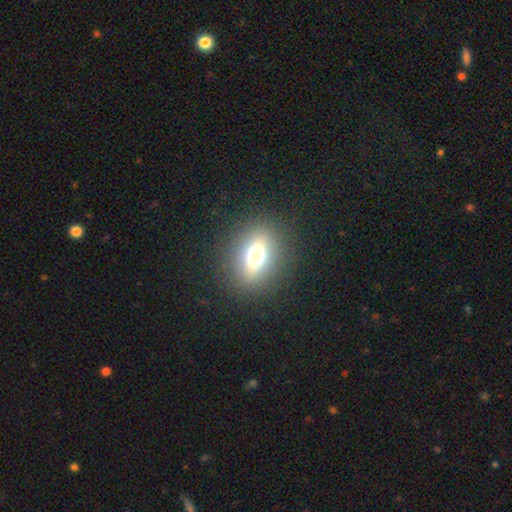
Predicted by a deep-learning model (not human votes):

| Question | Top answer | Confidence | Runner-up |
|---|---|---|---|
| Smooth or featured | smooth | 63% | featured or disk (20%) |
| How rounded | in between | 51% | round (46%) |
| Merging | none | 87% | minor disturbance (8%) |